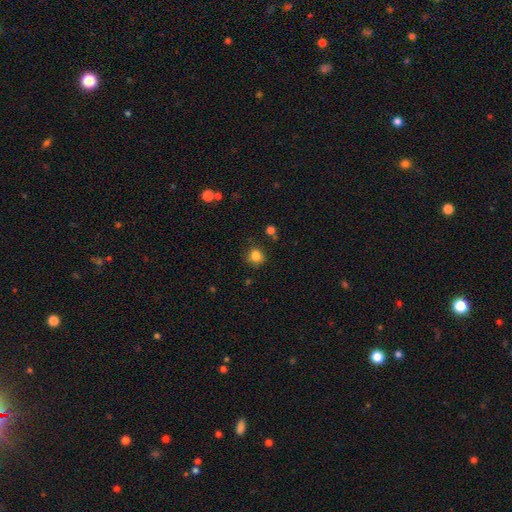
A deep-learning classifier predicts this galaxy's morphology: Smooth or featured: smooth — 83% (star or artifact — 12%)
How rounded: round — 82% (in between — 17%)
Merging: none — 80% (minor disturbance — 14%)